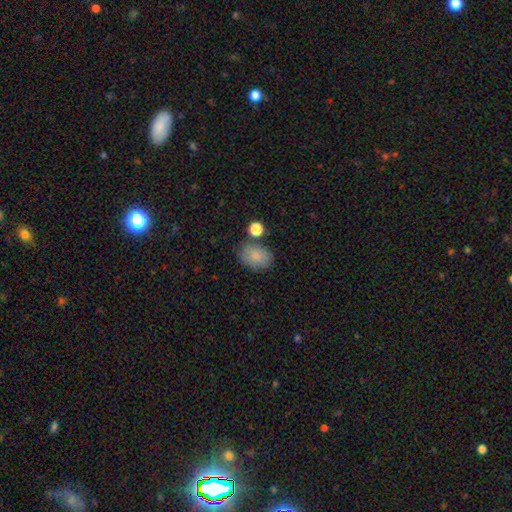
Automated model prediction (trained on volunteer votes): Smooth or featured: smooth — 85% (star or artifact — 8%)
How rounded: in between — 83% (round — 15%)
Merging: none — 72% (minor disturbance — 15%)